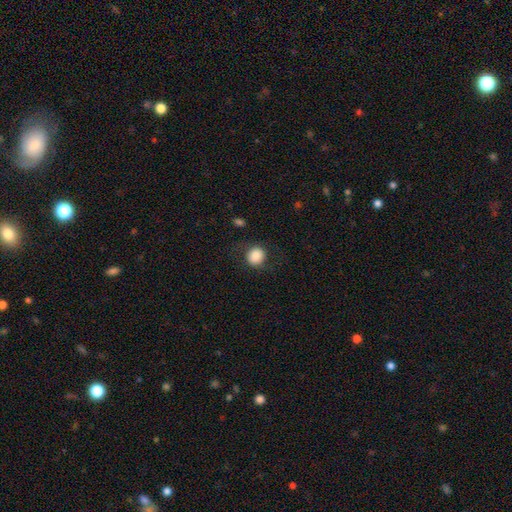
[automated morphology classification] A smooth galaxy with no disk features (82%) that is round (82%).

Vote fractions:
- Smooth or featured? smooth: 82% / featured or disk: 9% / star or artifact: 9%
- How rounded? round: 82% / in between: 17% / cigar-shaped: 1%
- Merging? none: 81% / minor disturbance: 11% / major disturbance: 7% / merger: 1%